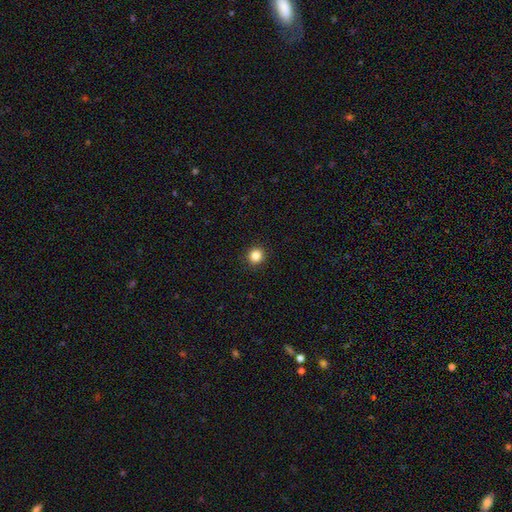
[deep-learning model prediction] A smooth galaxy with no disk features (85%) that is round (93%).

Vote fractions:
- Smooth or featured? smooth: 85% / star or artifact: 11% / featured or disk: 4%
- How rounded? round: 93% / in between: 6% / cigar-shaped: 1%
- Merging? none: 93% / minor disturbance: 4% / major disturbance: 2% / merger: 1%